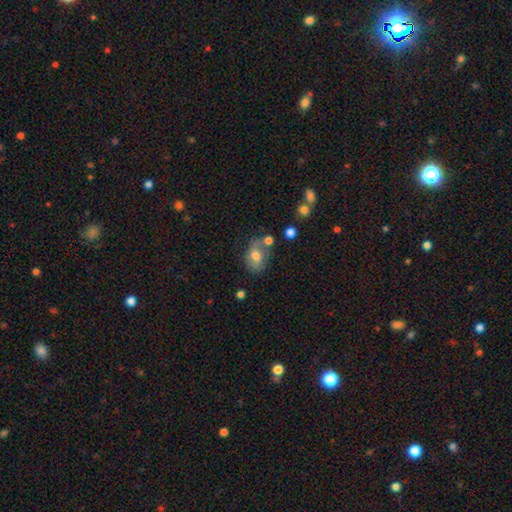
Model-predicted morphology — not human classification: Smooth or featured?
  - smooth: 60% *
  - featured or disk: 30%
  - star or artifact: 10%
How rounded?
  - in between: 70% *
  - round: 29%
  - cigar-shaped: 2%
Merging?
  - none: 47% *
  - minor disturbance: 24%
  - merger: 19%
  - major disturbance: 11%